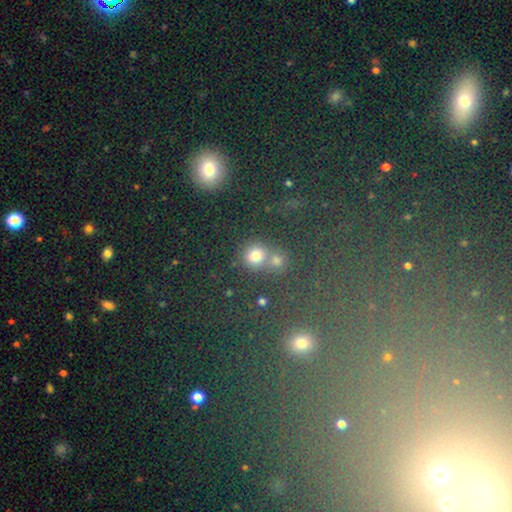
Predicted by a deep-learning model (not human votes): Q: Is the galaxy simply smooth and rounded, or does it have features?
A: smooth — 71%.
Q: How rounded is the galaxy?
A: round — 86%.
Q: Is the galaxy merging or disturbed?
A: none — 55%.